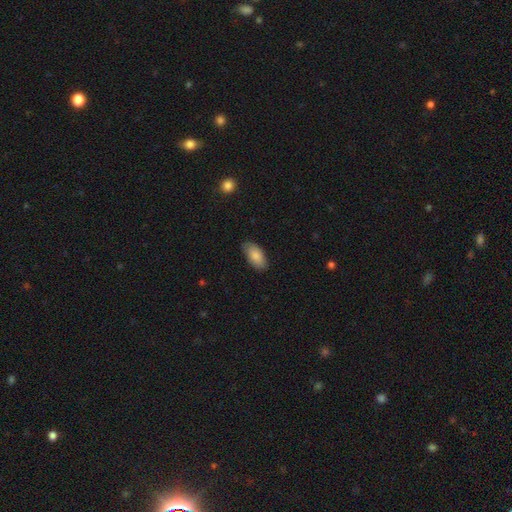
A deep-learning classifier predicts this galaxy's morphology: smooth 83%, featured or disk 11%, star or artifact 6%. Down the decision tree: how rounded — in between (93%); merging — none (79%).